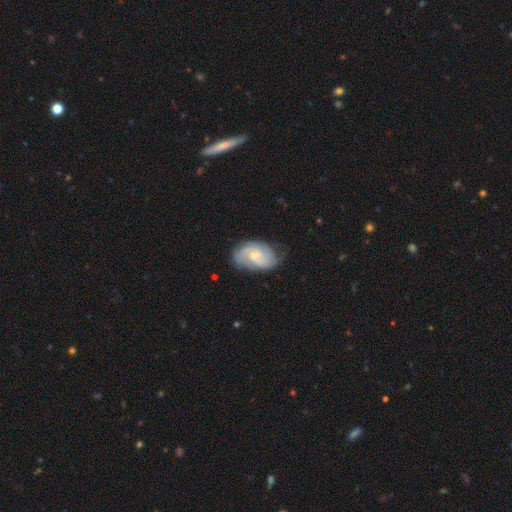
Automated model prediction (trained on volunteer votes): Smooth or featured? featured or disk (70%)
Edge-on disk? no (97%)
Bar? no (50%)
Spiral arms? yes (91%)
Spiral winding? medium (43%)
Spiral arm count? 2 (58%)
Bulge size? small (57%)
Merging? none (61%)